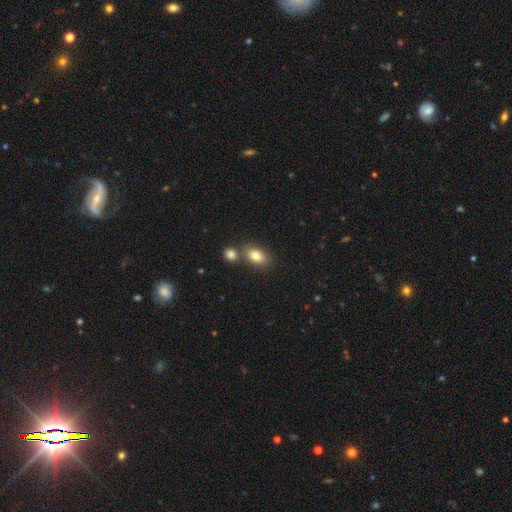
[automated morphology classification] Smooth or featured? smooth (82%)
How rounded? in between (85%)
Merging? none (60%)